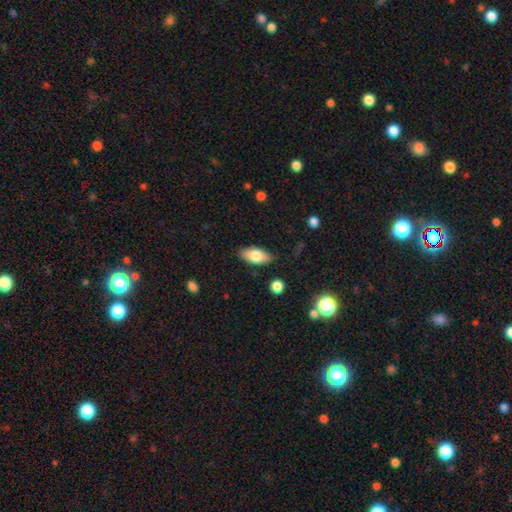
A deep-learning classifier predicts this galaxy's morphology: This is likely a smooth galaxy (73%). How rounded: clearly in between (88%). Merging: clearly none (85%).